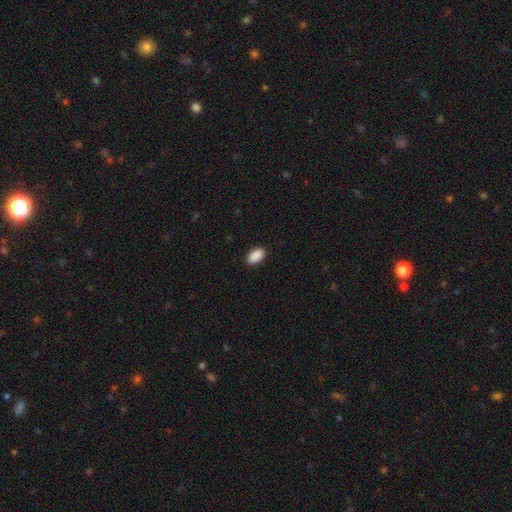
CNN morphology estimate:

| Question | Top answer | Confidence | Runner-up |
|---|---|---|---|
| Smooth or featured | smooth | 91% | star or artifact (7%) |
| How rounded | in between | 94% | round (5%) |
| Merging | none | 90% | minor disturbance (7%) |